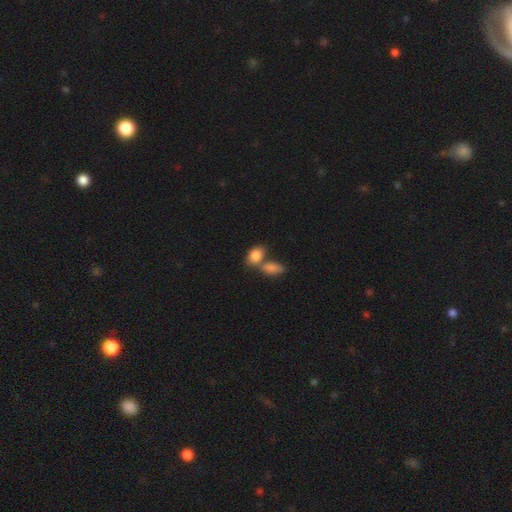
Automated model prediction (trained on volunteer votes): smooth_or_featured: smooth (p=0.85) [alt: featured or disk p=0.08]
how_rounded: in between (p=0.82) [alt: round p=0.16]
merging: merger (p=0.48) [alt: none p=0.37]